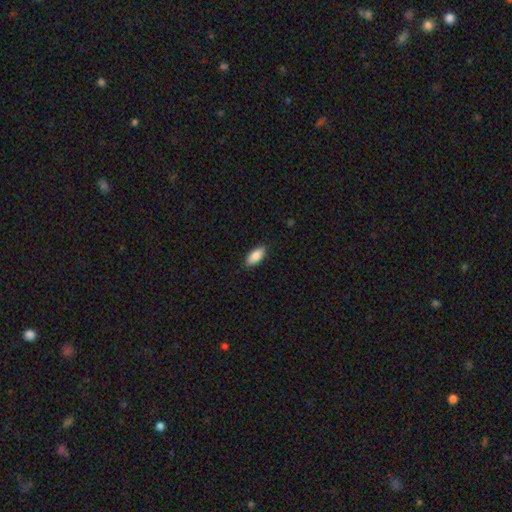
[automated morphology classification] Smooth or featured? smooth (88%)
How rounded? in between (87%)
Merging? none (85%)